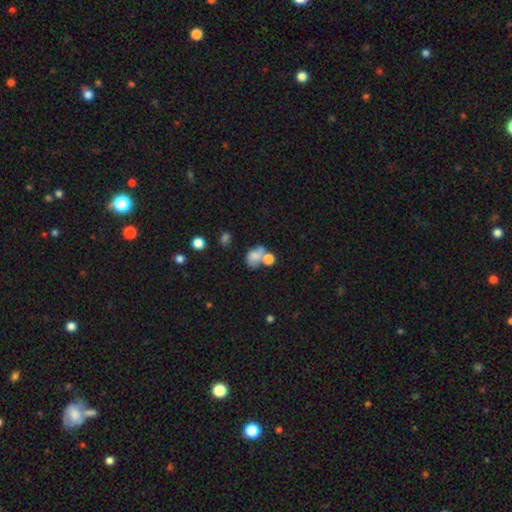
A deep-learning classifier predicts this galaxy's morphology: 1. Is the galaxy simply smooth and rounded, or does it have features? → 68% smooth, 19% featured or disk, 12% star or artifact.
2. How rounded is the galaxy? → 60% in between, 39% round, 1% cigar-shaped.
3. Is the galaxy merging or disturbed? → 44% merger, 28% none, 16% minor disturbance, 12% major disturbance.